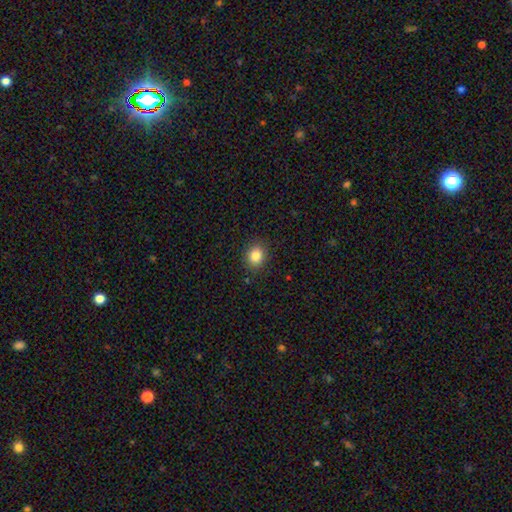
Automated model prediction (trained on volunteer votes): This appears to be a smooth galaxy with no disk features (84%) that is round (70%). Merging: none (89%).